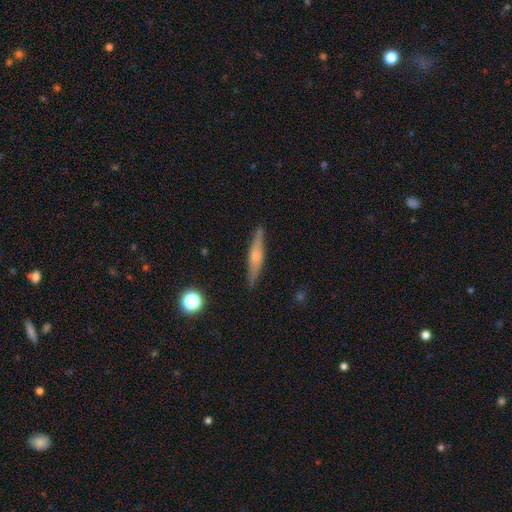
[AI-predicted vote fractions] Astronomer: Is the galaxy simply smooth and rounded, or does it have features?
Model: featured or disk — 56% (runner-up: smooth, 36%).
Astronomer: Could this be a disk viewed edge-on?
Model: yes — 96%.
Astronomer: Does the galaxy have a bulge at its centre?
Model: rounded — 62%.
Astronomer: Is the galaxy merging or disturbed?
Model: none — 87%.